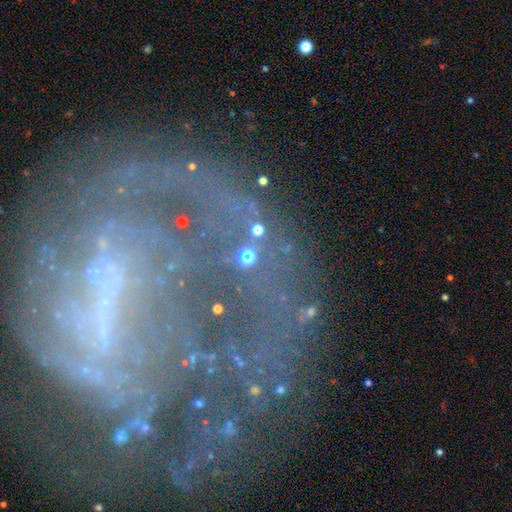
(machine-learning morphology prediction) featured or disk 63%, star or artifact 24%, smooth 13%. Down the decision tree: edge-on disk — no (92%); bar — no (36%); spiral arms — yes (70%); bulge size — small (42%); merging — none (62%).